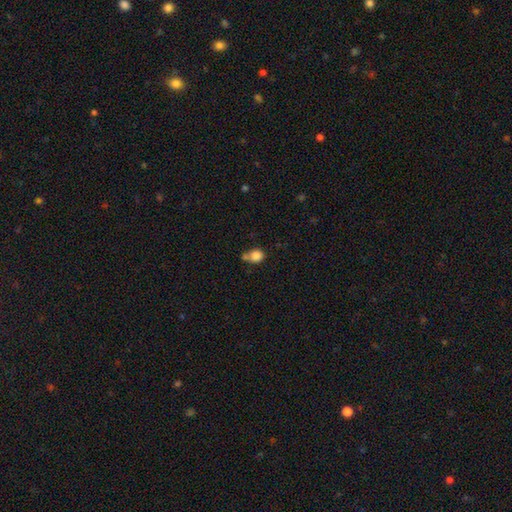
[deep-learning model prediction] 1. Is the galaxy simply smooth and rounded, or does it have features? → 83% smooth, 10% star or artifact, 6% featured or disk.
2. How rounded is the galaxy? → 62% round, 37% in between, 1% cigar-shaped.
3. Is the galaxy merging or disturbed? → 44% none, 29% merger, 20% minor disturbance, 7% major disturbance.